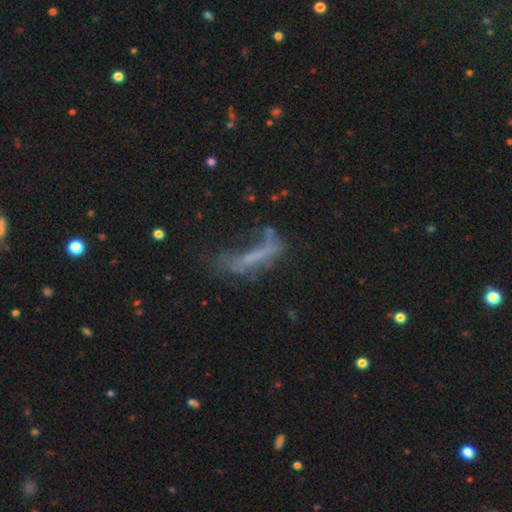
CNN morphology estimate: The model was most divided on "smooth or featured": featured or disk: 42%, smooth: 40%, star or artifact: 18%. Remaining: merging — major disturbance (38%).